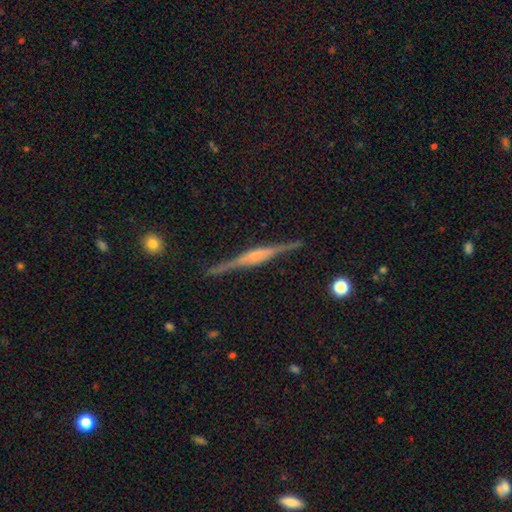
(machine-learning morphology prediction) Smooth or featured? Predicted: featured or disk (p=0.83). Edge-on disk? Predicted: yes (p=0.98). Edge-on bulge? Predicted: rounded (p=0.55). Merging? Predicted: none (p=0.88).